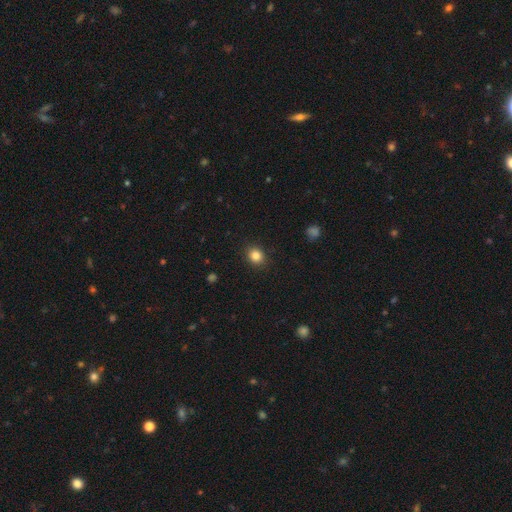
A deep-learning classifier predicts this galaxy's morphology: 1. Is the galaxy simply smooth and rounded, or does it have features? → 84% smooth, 11% star or artifact, 5% featured or disk.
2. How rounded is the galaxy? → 70% round, 29% in between, 1% cigar-shaped.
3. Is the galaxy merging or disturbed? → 89% none, 8% minor disturbance, 2% major disturbance, 1% merger.